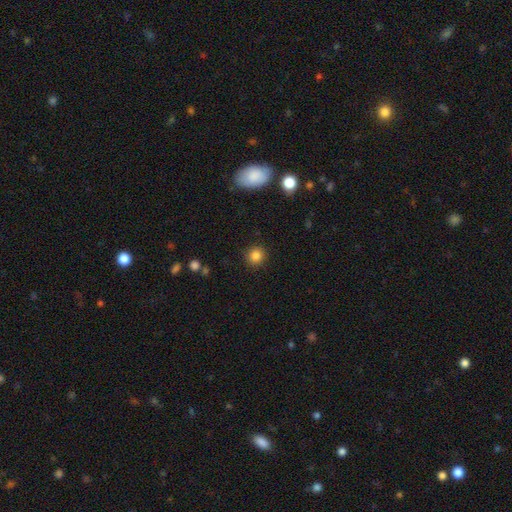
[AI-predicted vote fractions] Q: Smooth or featured?
A: smooth (84%); runner-up: star or artifact (11%)
Q: How rounded?
A: round (90%); runner-up: in between (9%)
Q: Merging?
A: none (90%); runner-up: minor disturbance (6%)